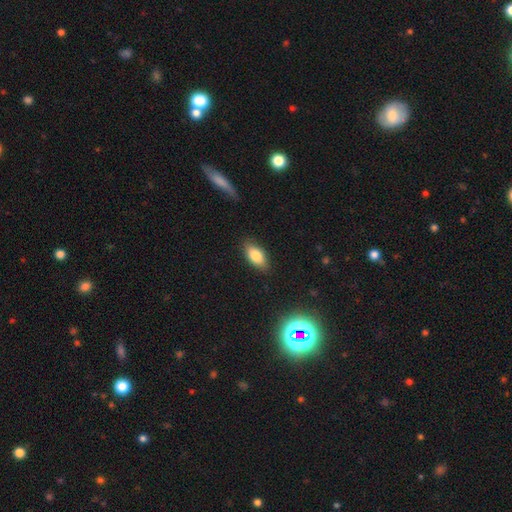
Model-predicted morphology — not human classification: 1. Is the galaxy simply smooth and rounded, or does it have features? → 81% smooth, 10% featured or disk, 8% star or artifact.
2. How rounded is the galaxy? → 89% in between, 7% cigar-shaped, 4% round.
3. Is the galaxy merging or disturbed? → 85% none, 11% minor disturbance, 2% major disturbance, 1% merger.